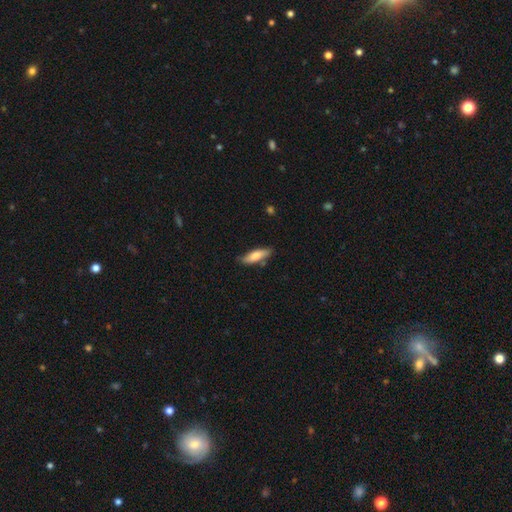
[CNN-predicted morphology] Smooth or featured: smooth — 72% (featured or disk — 22%)
How rounded: cigar-shaped — 53% (in between — 45%)
Merging: none — 76% (minor disturbance — 18%)